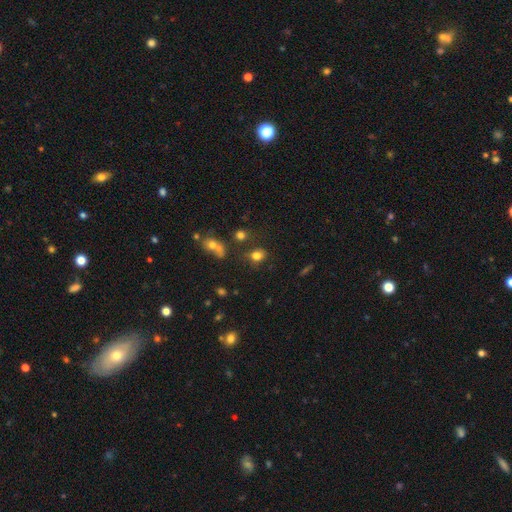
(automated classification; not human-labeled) Smooth or featured?
  - smooth: 78% *
  - star or artifact: 14%
  - featured or disk: 8%
How rounded?
  - in between: 49% * (tied)
  - round: 49% * (tied)
  - cigar-shaped: 2%
Merging?
  - none: 68% *
  - minor disturbance: 16%
  - merger: 10%
  - major disturbance: 6%